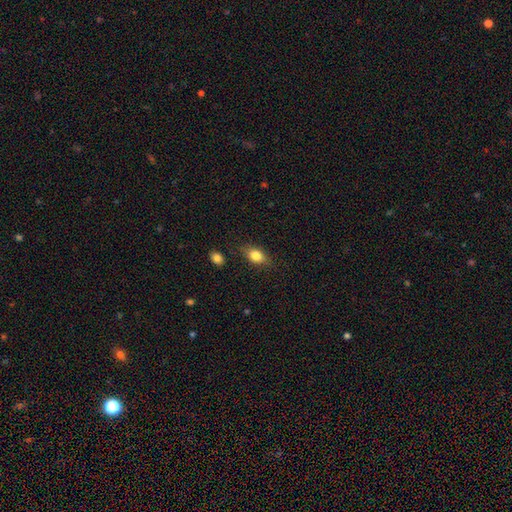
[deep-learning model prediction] smooth 80%, featured or disk 11%, star or artifact 9%. Down the decision tree: how rounded — in between (79%); merging — none (81%).